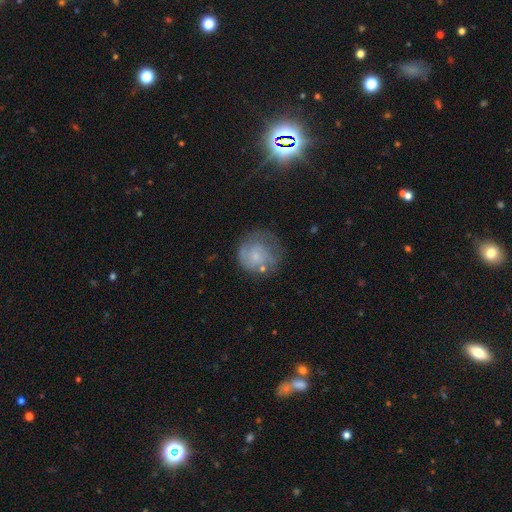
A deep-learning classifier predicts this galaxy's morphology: This appears to be a featured or disk galaxy (48%). Merging: none (51%).